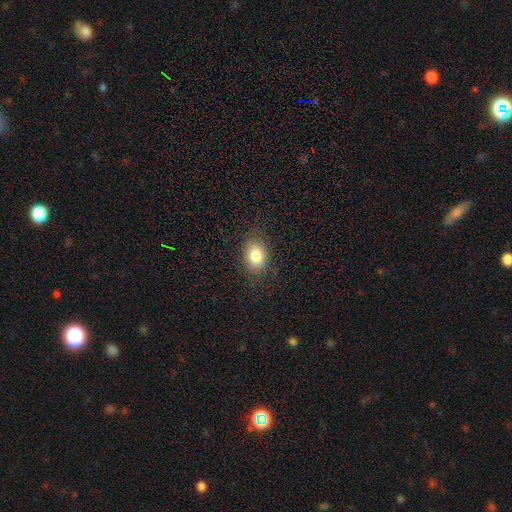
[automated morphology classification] Smooth or featured?
  - smooth: 81% *
  - star or artifact: 10%
  - featured or disk: 9%
How rounded?
  - in between: 74% *
  - round: 25%
  - cigar-shaped: 1%
Merging?
  - none: 84% *
  - minor disturbance: 11%
  - major disturbance: 4%
  - merger: 1%